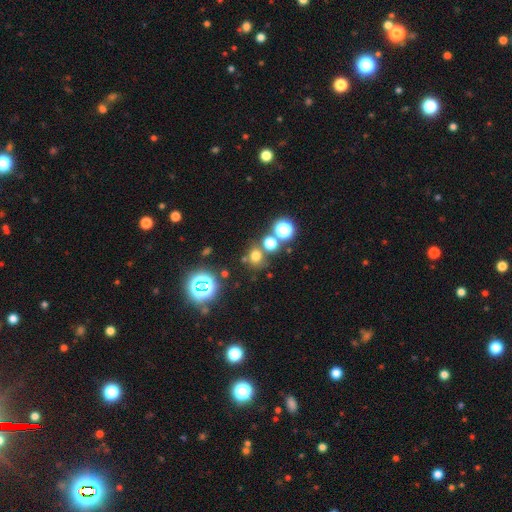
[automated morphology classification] smooth 64%, star or artifact 29%, featured or disk 7%. Down the decision tree: how rounded — round (85%); merging — none (71%).